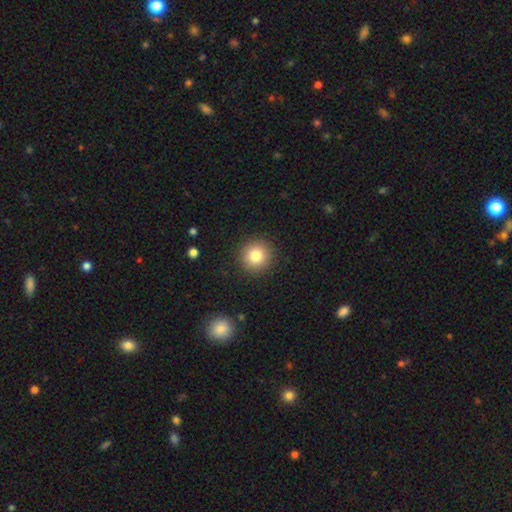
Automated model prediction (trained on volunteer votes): Morphology: type=smooth (81%); roundness=round (94%); merging=none (91%).